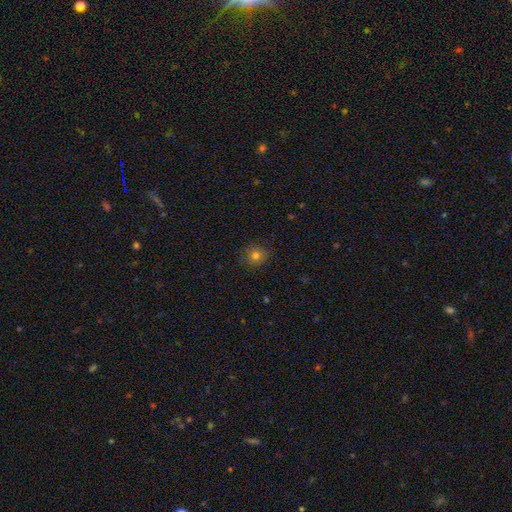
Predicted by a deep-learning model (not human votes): Overall: smooth (77%). How rounded: round (88%). Merging: none (88%).